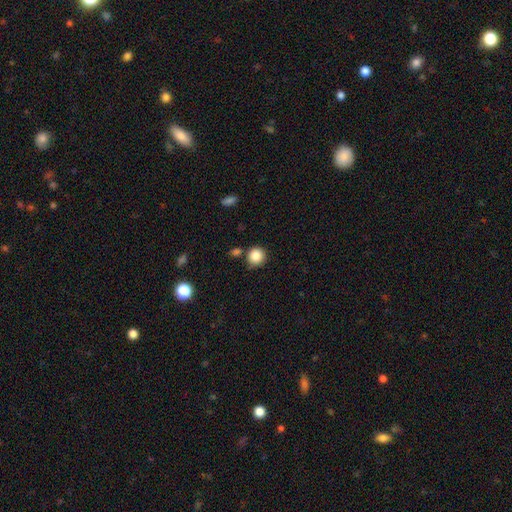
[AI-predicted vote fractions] The model was most divided on "merging": none: 79%, minor disturbance: 10%, merger: 8%, major disturbance: 3%. More confident: how rounded — round (92%); smooth or featured — smooth (86%).